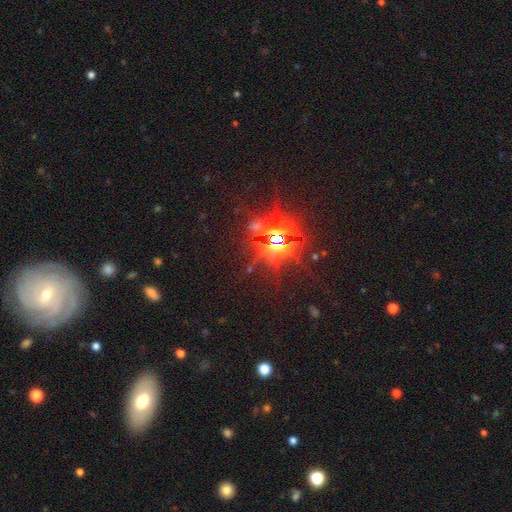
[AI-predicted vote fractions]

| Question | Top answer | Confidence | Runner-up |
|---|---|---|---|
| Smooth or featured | star or artifact | 66% | smooth (18%) |